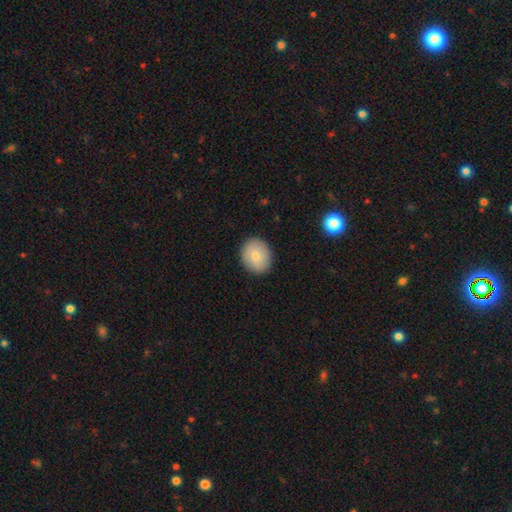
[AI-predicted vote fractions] This appears to be a smooth galaxy with no disk features (80%) that is round (64%). Merging: none (89%).